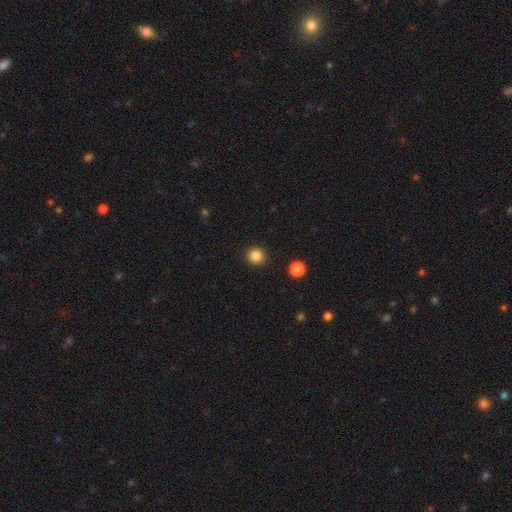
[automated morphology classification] Overall: smooth (85%). How rounded: round (93%). Merging: none (92%).